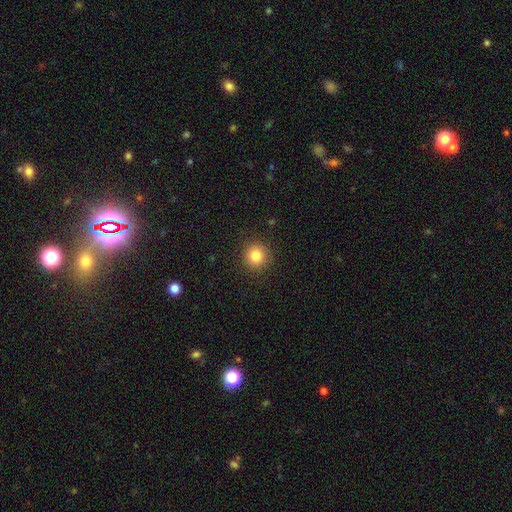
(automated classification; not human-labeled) Morphology: type=smooth (83%); roundness=round (93%); merging=none (90%).